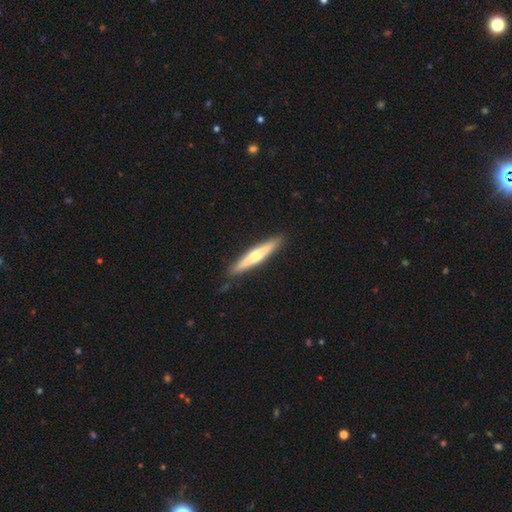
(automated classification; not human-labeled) Overall: smooth (48%; featured or disk 47%). Merging: none (88%).